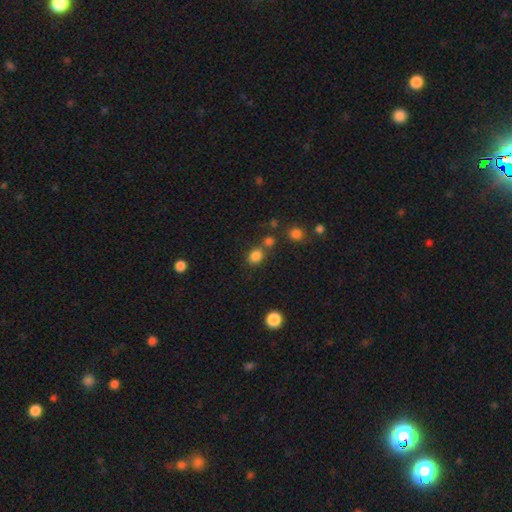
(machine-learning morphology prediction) Smooth or featured? Predicted: smooth (p=0.81). How rounded? Predicted: round (p=0.55). Merging? Predicted: none (p=0.63).